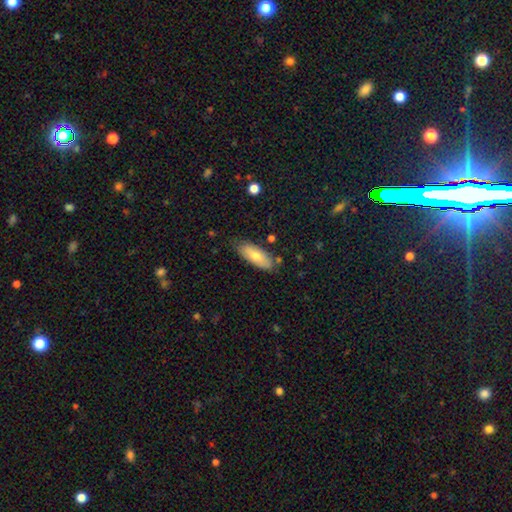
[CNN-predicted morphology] Smooth or featured? Predicted: smooth (p=0.73). How rounded? Predicted: in between (p=0.78). Merging? Predicted: none (p=0.77).